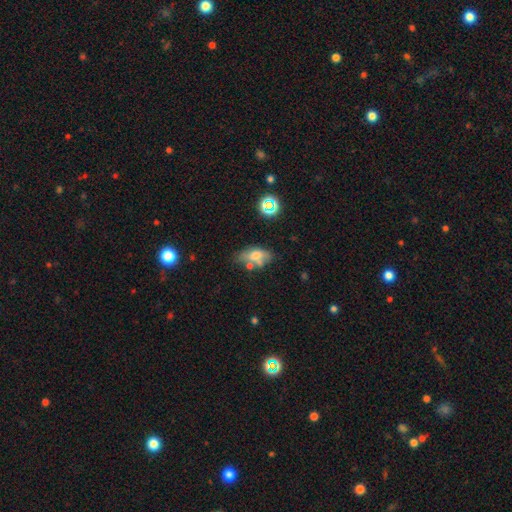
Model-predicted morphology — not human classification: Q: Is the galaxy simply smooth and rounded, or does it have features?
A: smooth — 55%.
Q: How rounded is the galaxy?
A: in between — 84%.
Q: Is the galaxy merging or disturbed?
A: none — 49%.